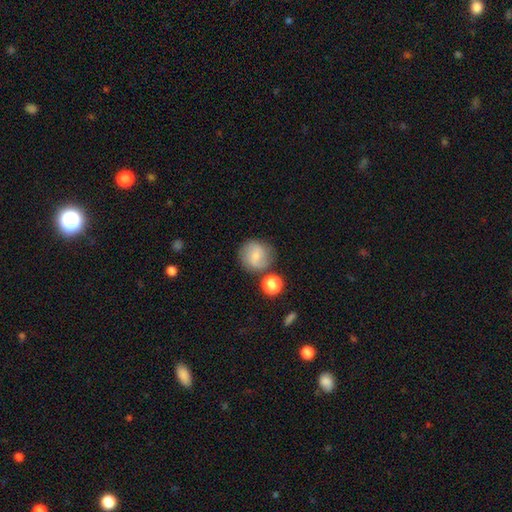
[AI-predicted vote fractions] This is likely a smooth galaxy (62%). How rounded: clearly round (89%). Merging: likely none (71%).